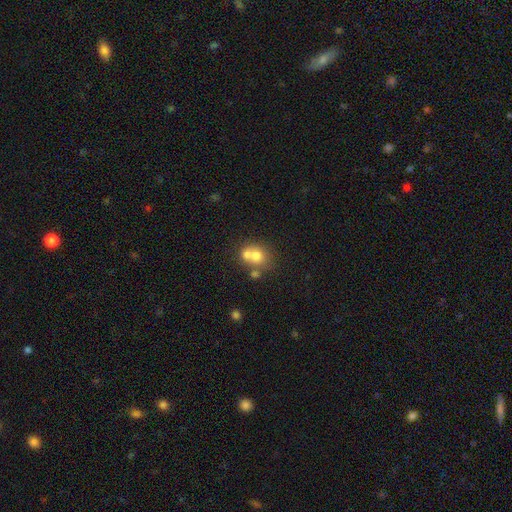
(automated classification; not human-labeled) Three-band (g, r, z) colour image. It shows a smooth galaxy with no disk features (67%) that is round (72%). Merging: merger (52%).